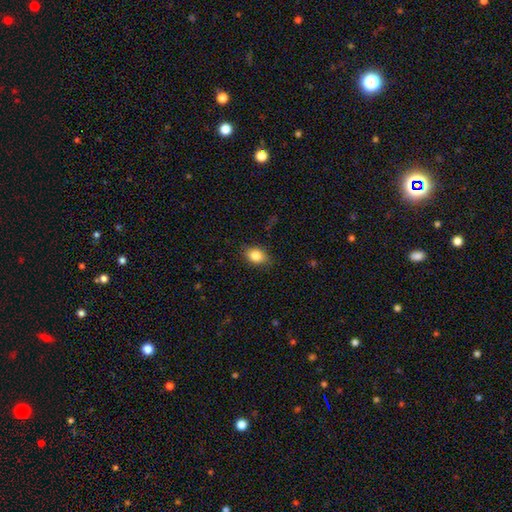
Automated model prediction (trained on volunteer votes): Overall: smooth (84%). How rounded: in between (73%). Merging: none (82%).